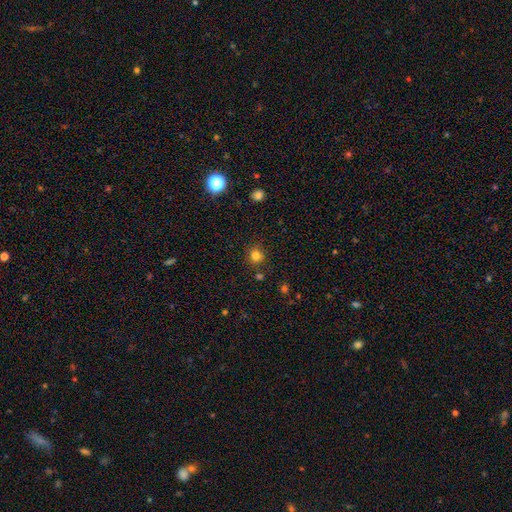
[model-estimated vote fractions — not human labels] Smooth or featured?
  - smooth: 80% *
  - star or artifact: 14%
  - featured or disk: 6%
How rounded?
  - round: 90% *
  - in between: 9%
  - cigar-shaped: 1%
Merging?
  - none: 85% *
  - minor disturbance: 8%
  - merger: 4%
  - major disturbance: 3%